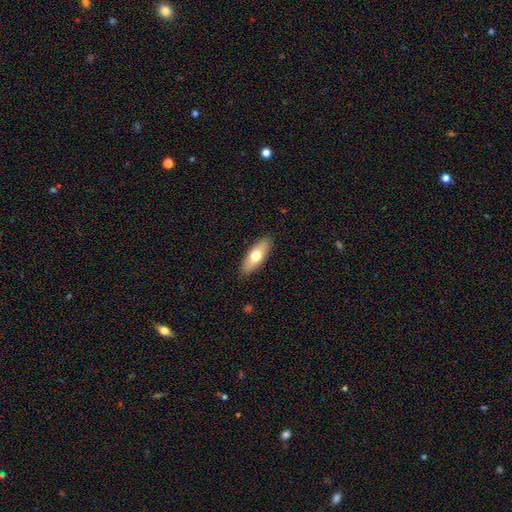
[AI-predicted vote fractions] A smooth galaxy with no disk features (65%) that is in between round and cigar-shaped (73%). Merging: none (88%).